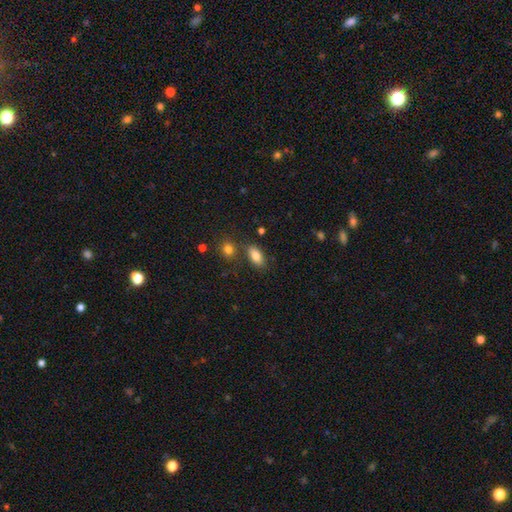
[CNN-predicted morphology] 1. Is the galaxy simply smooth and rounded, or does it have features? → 83% smooth, 9% featured or disk, 8% star or artifact.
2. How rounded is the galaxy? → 90% in between, 5% cigar-shaped, 5% round.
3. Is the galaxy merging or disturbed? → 75% none, 12% minor disturbance, 10% merger, 3% major disturbance.